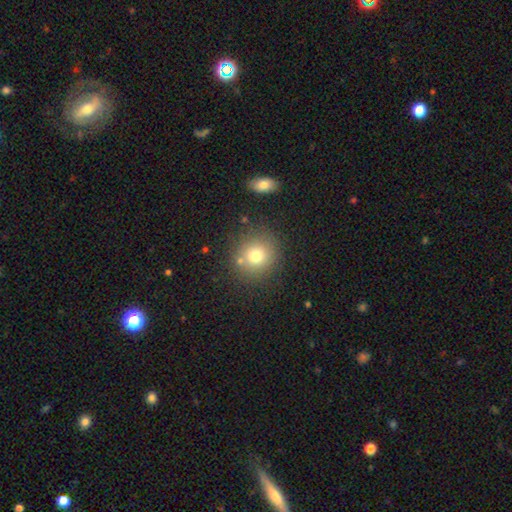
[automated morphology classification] Overall: smooth (75%). How rounded: round (90%). Merging: none (80%).